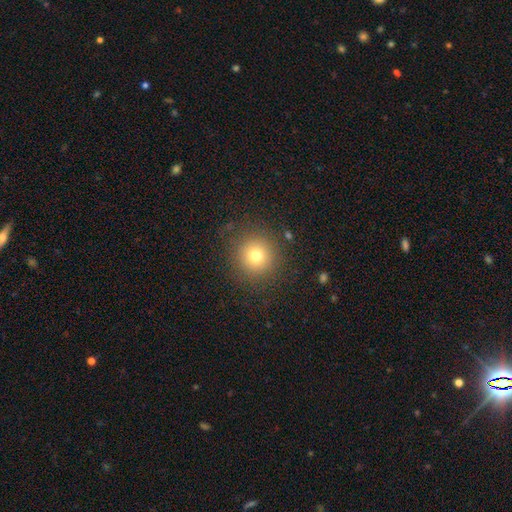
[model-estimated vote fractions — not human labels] This is likely a smooth galaxy (75%). How rounded: clearly round (94%). Merging: clearly none (87%).